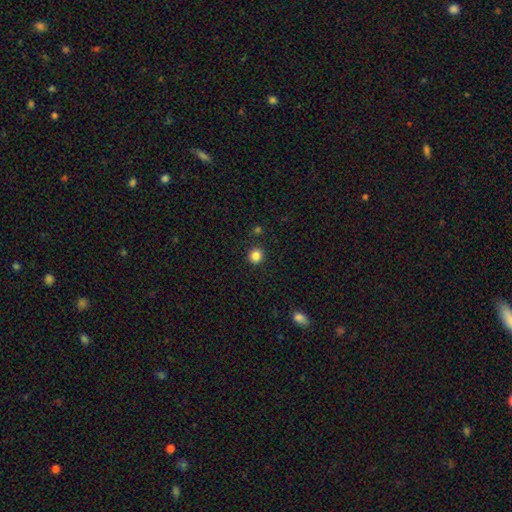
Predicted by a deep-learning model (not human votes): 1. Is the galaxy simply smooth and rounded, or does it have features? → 84% smooth, 12% star or artifact, 4% featured or disk.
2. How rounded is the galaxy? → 93% round, 6% in between, 1% cigar-shaped.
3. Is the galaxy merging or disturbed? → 91% none, 5% minor disturbance, 2% merger, 2% major disturbance.